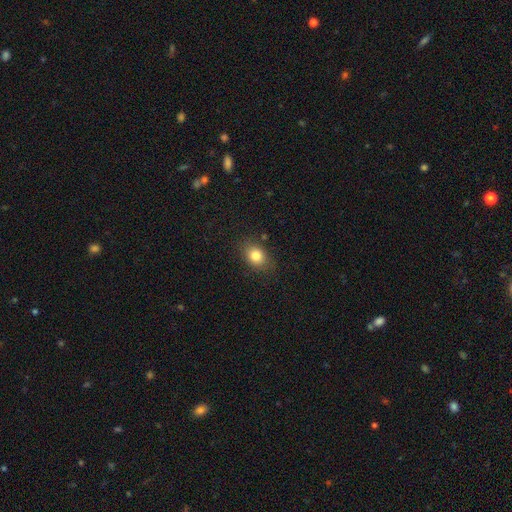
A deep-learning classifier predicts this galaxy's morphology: This is clearly a smooth galaxy (82%). How rounded: likely in between (60%). Merging: clearly none (81%).